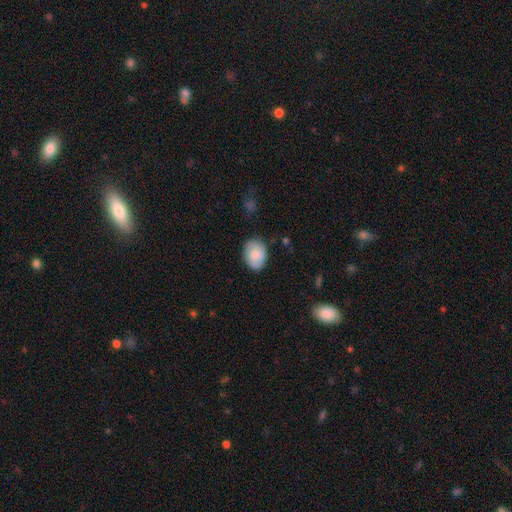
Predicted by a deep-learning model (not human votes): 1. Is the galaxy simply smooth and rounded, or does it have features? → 78% smooth, 15% featured or disk, 7% star or artifact.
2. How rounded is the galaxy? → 73% in between, 26% round, 1% cigar-shaped.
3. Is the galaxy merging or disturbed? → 78% none, 17% minor disturbance, 3% major disturbance, 1% merger.